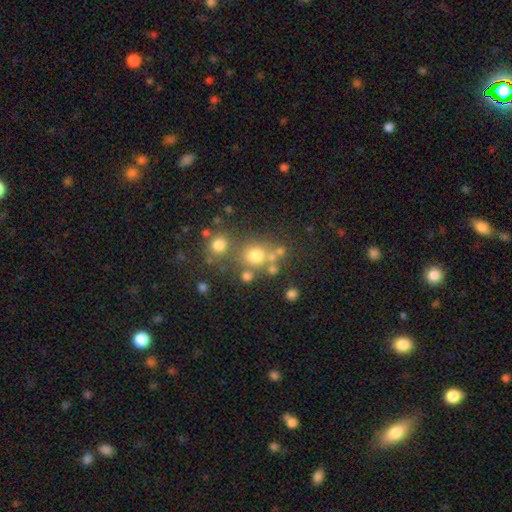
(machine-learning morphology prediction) Smooth or featured: smooth — 66% (star or artifact — 21%)
How rounded: round — 84% (in between — 15%)
Merging: none — 60% (merger — 25%)